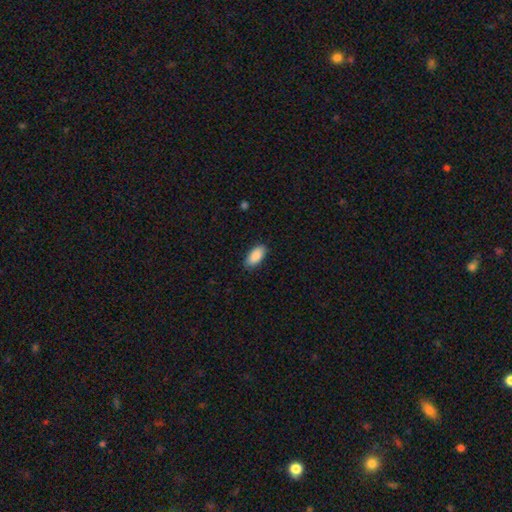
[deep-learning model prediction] This appears to be a smooth galaxy with no disk features (90%) that is in between round and cigar-shaped (93%). Merging: none (85%).